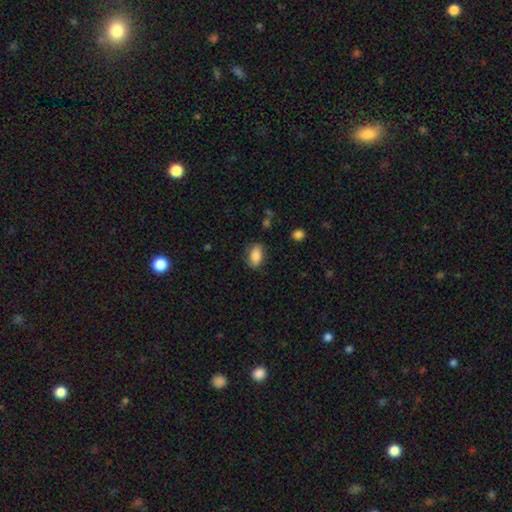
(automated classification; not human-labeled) Smooth or featured?
  - smooth: 84% *
  - featured or disk: 9%
  - star or artifact: 8%
How rounded?
  - in between: 89% *
  - round: 8%
  - cigar-shaped: 2%
Merging?
  - none: 78% *
  - minor disturbance: 16%
  - major disturbance: 4%
  - merger: 2%